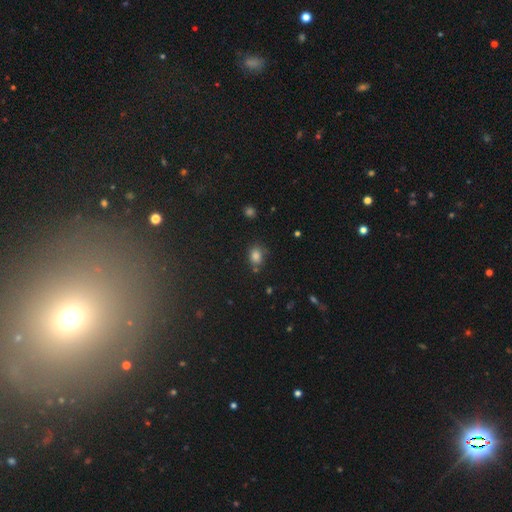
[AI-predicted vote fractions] This is clearly a smooth galaxy (80%). How rounded: possibly in between (57%). Merging: likely none (71%).